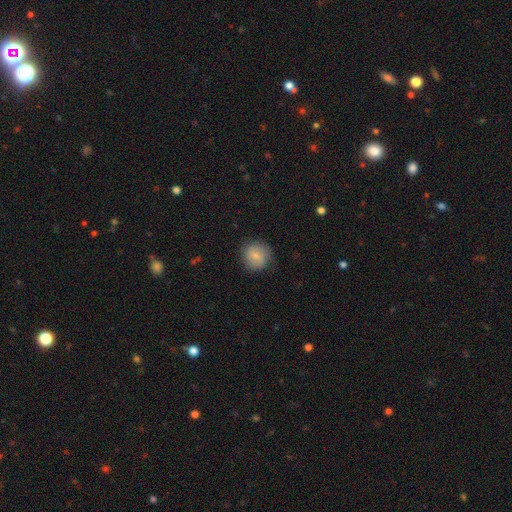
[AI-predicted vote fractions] Smooth or featured? Predicted: smooth (p=0.77). How rounded? Predicted: round (p=0.88). Merging? Predicted: none (p=0.82).